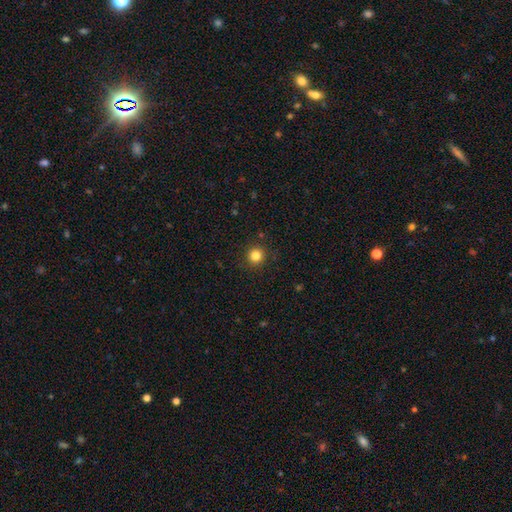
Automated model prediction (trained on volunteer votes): Smooth or featured? Predicted: smooth (p=0.83). How rounded? Predicted: round (p=0.93). Merging? Predicted: none (p=0.92).